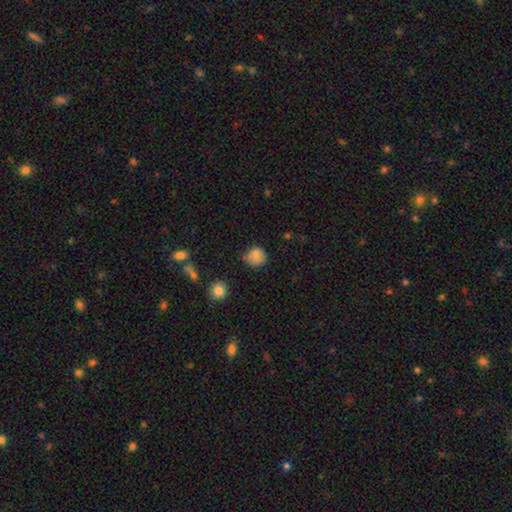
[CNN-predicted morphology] smooth_or_featured: smooth (p=0.80) [alt: star or artifact p=0.11]
how_rounded: round (p=0.84) [alt: in between p=0.15]
merging: none (p=0.73) [alt: minor disturbance p=0.19]